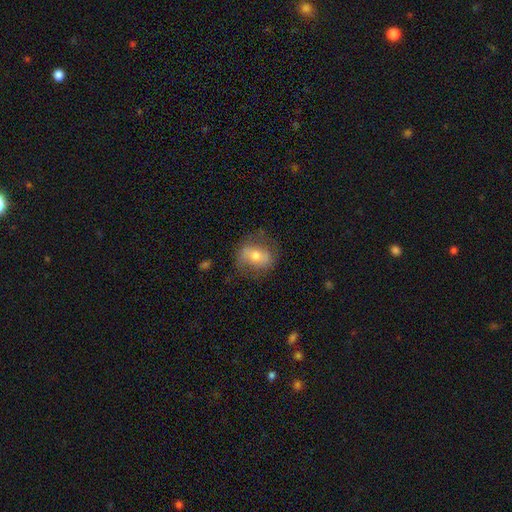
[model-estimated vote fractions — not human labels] This is possibly a smooth galaxy (52%). How rounded: possibly in between (57%). Merging: likely none (67%).